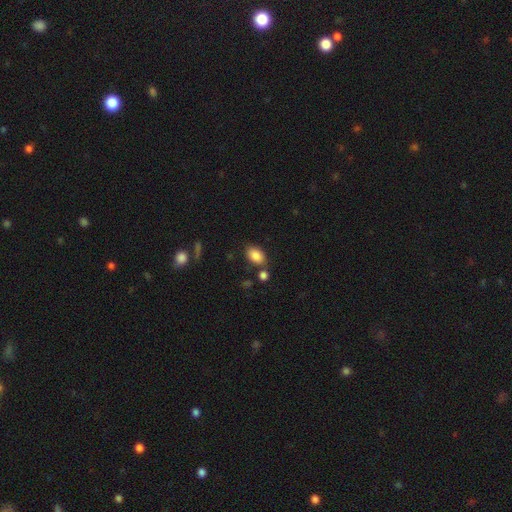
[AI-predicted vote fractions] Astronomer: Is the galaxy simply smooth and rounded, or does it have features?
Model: smooth — 86%.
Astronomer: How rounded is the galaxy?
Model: in between — 86%.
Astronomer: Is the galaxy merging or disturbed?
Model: none — 74%.